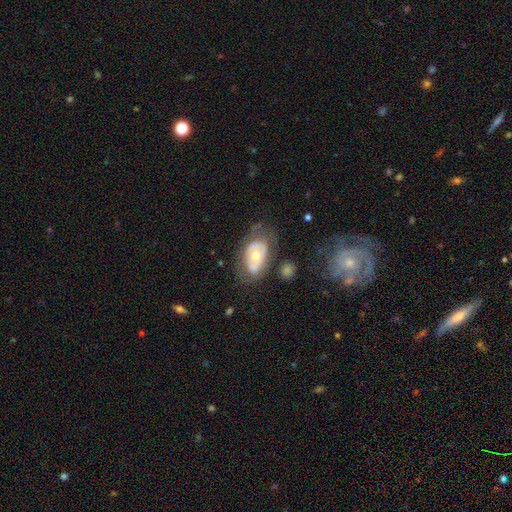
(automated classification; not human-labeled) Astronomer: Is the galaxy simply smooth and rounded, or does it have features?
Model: featured or disk — 62%.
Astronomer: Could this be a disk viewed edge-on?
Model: no — 93%.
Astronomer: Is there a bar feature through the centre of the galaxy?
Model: no — 82%.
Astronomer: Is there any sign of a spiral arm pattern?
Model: no — 63%.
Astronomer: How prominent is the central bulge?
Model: moderate — 66%.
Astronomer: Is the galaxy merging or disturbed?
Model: none — 58%.